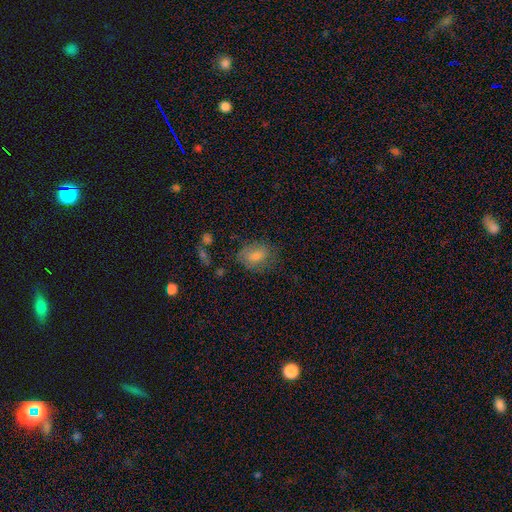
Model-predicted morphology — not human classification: smooth-or-featured: smooth: 78% | featured or disk: 13% | star or artifact: 9%
  how-rounded: in between: 72% | round: 26% | cigar-shaped: 1%
  merging: none: 65% | minor disturbance: 23% | major disturbance: 10% | merger: 2%